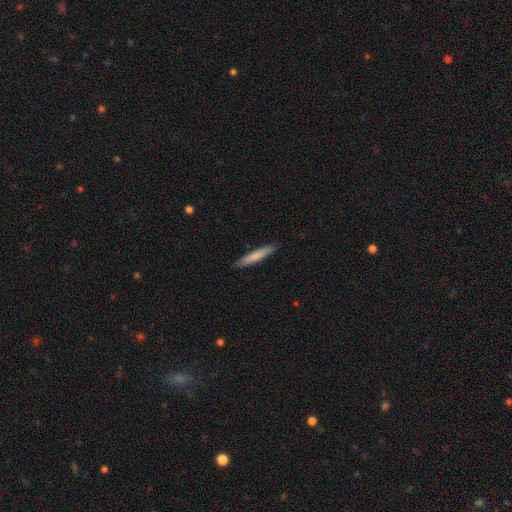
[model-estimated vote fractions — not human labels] The model was most divided on "smooth or featured": smooth: 76%, featured or disk: 19%, star or artifact: 5%. More confident: how rounded — cigar-shaped (93%); merging — none (90%).